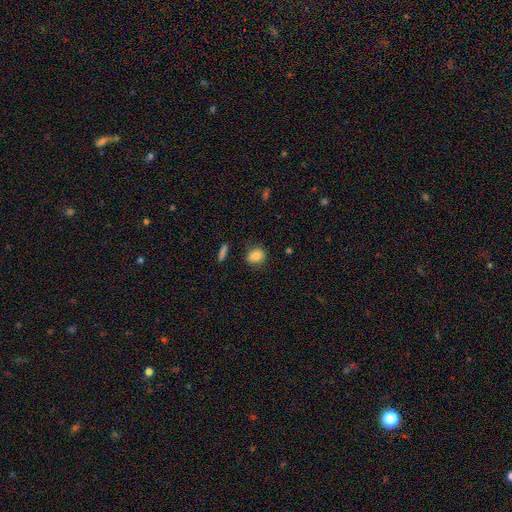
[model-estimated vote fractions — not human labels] Smooth or featured: smooth — 85% (star or artifact — 9%)
How rounded: in between — 50% (round — 49%)
Merging: none — 81% (minor disturbance — 13%)